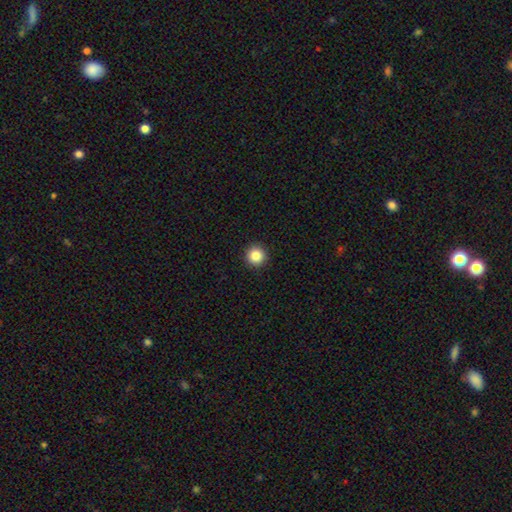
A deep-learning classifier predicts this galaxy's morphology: Q: Smooth or featured?
A: smooth (86%); runner-up: star or artifact (10%)
Q: How rounded?
A: round (96%); runner-up: in between (3%)
Q: Merging?
A: none (93%); runner-up: minor disturbance (4%)